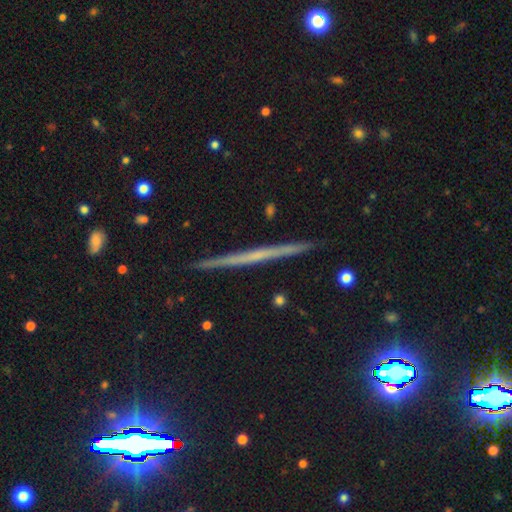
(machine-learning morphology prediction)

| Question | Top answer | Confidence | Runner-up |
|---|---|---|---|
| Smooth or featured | featured or disk | 60% | smooth (26%) |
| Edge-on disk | yes | 98% | no (2%) |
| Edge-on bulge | none | 81% | rounded (13%) |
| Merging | none | 92% | minor disturbance (6%) |